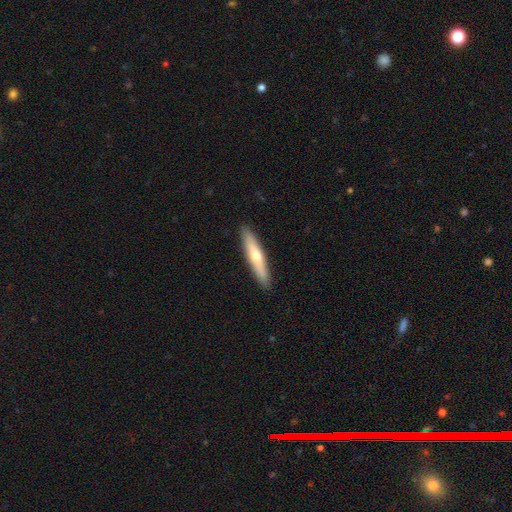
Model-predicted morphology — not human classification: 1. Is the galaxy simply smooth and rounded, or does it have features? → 52% smooth, 42% featured or disk, 5% star or artifact.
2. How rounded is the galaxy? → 88% cigar-shaped, 10% in between, 1% round.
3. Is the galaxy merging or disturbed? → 92% none, 6% minor disturbance, 1% major disturbance, 1% merger.